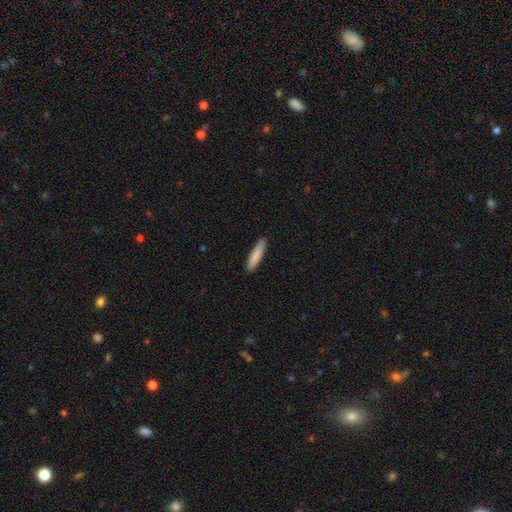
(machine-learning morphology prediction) Smooth or featured? Predicted: smooth (p=0.86). How rounded? Predicted: cigar-shaped (p=0.83). Merging? Predicted: none (p=0.90).